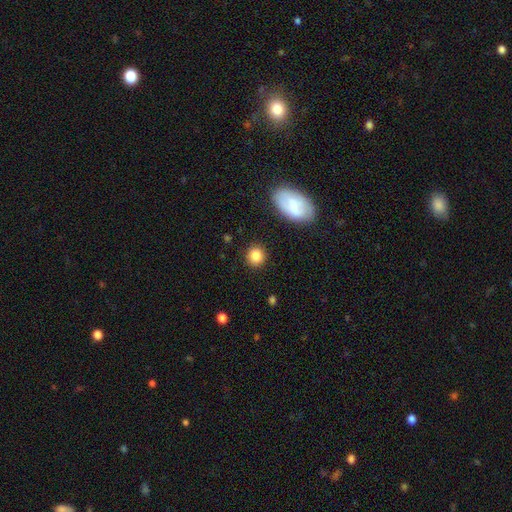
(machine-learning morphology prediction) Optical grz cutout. It shows a smooth galaxy with no disk features (84%) that is round (86%). Merging: none (89%).